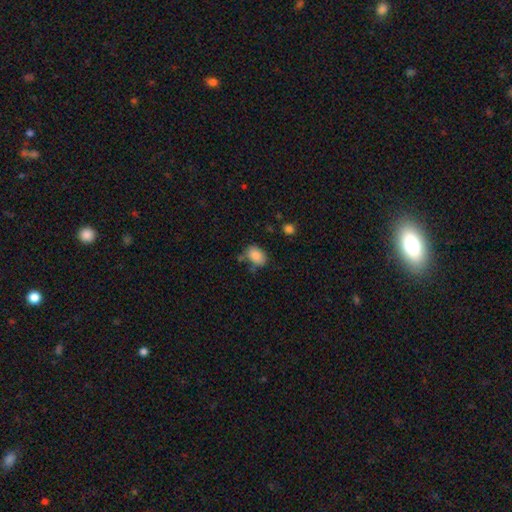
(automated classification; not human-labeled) Overall: smooth (87%). How rounded: in between (81%). Merging: none (68%).